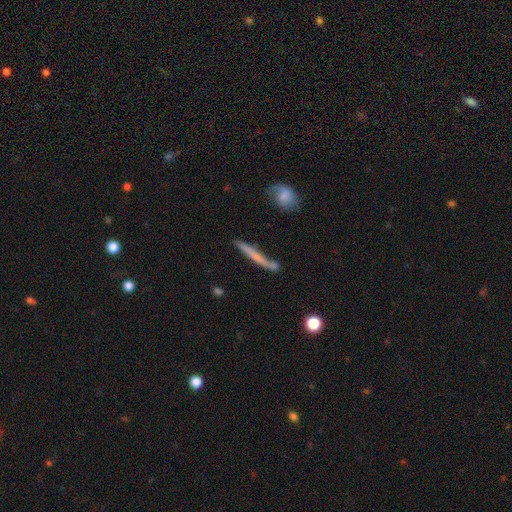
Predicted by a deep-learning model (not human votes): This is possibly a smooth galaxy (48%). Merging: likely none (65%).